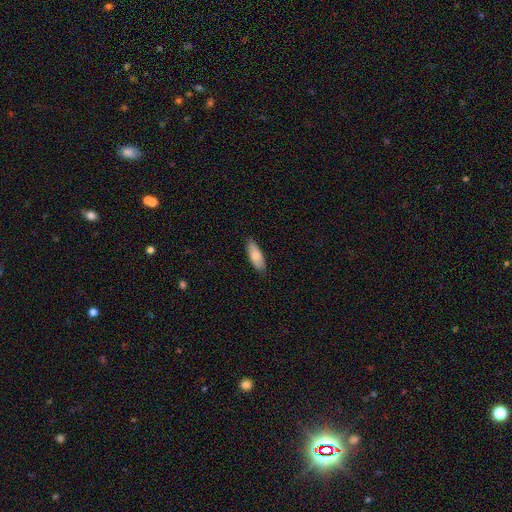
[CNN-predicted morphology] smooth_or_featured: smooth (p=0.80) [alt: featured or disk p=0.15]
how_rounded: in between (p=0.71) [alt: cigar-shaped p=0.27]
merging: none (p=0.86) [alt: minor disturbance p=0.11]